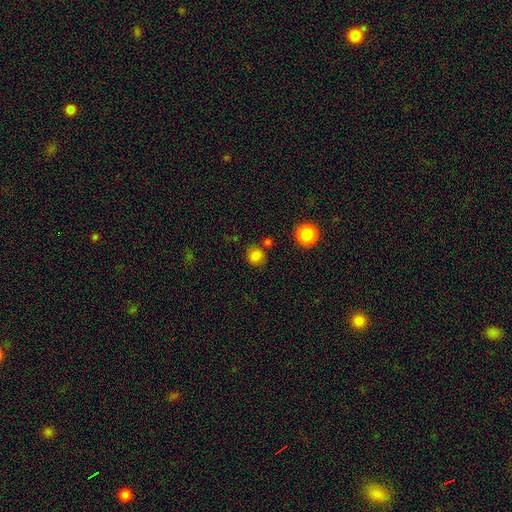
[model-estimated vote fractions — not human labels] Morphology: type=smooth (83%); roundness=round (88%); merging=none (80%).